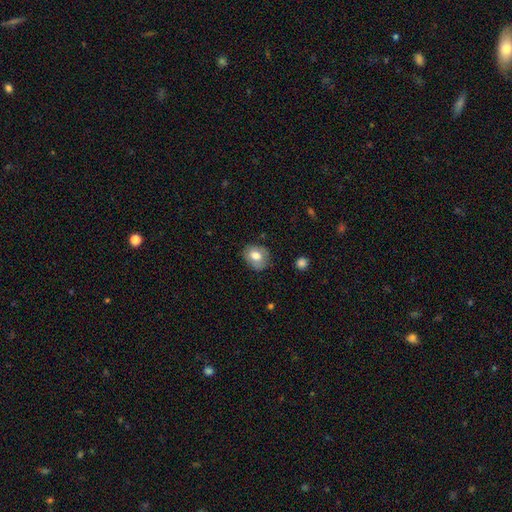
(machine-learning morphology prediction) The model was most divided on "how rounded": round: 50%, in between: 49%, cigar-shaped: 1%. More confident: smooth or featured — smooth (76%); merging — none (74%).